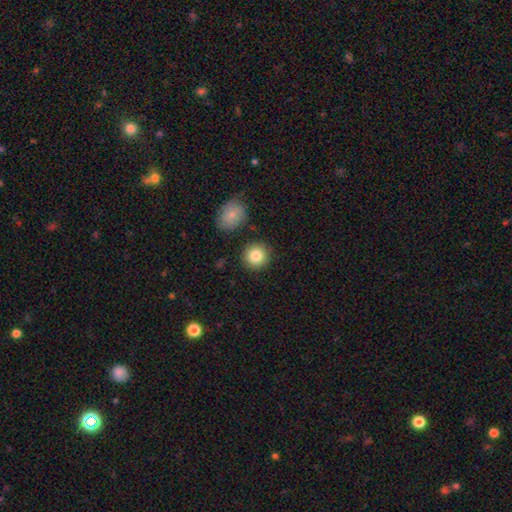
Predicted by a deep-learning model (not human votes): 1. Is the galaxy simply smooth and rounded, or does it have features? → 83% smooth, 9% star or artifact, 8% featured or disk.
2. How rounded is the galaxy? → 91% round, 8% in between, 1% cigar-shaped.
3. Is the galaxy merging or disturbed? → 86% none, 8% minor disturbance, 4% merger, 3% major disturbance.